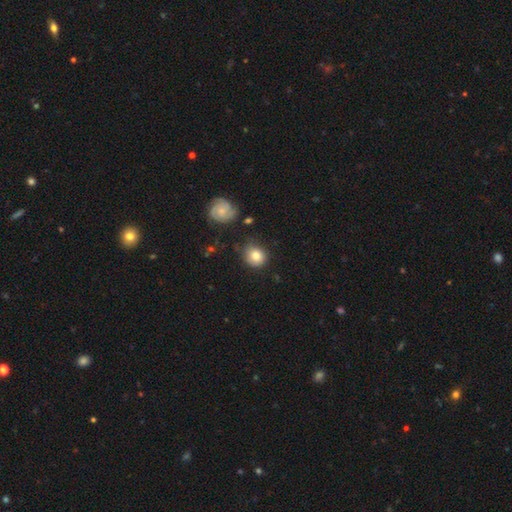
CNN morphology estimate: This appears to be a smooth galaxy with no disk features (80%) that is round (79%). Merging: none (73%).